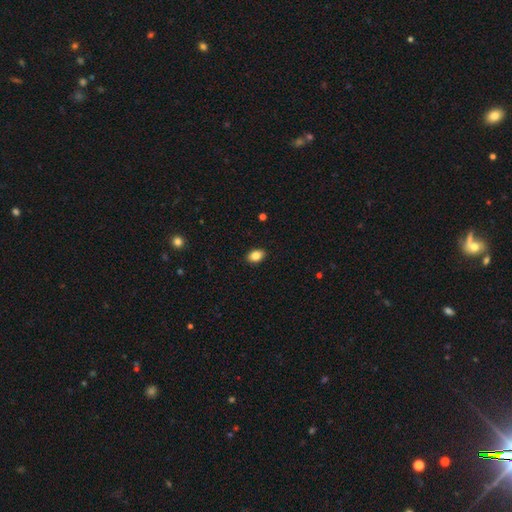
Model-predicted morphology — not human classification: smooth_or_featured: smooth (p=0.85) [alt: star or artifact p=0.09]
how_rounded: in between (p=0.82) [alt: round p=0.17]
merging: none (p=0.90) [alt: minor disturbance p=0.08]